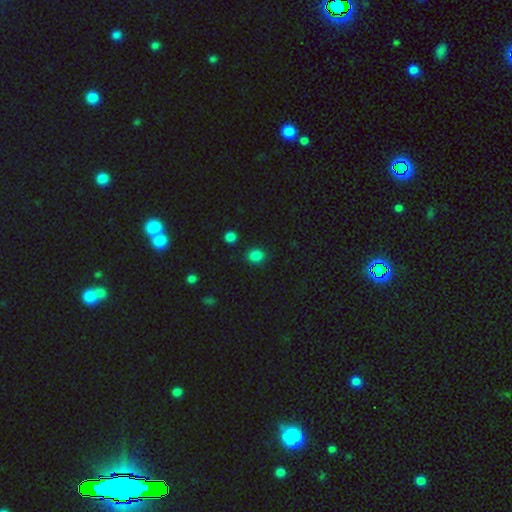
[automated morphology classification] This appears to be a smooth galaxy with no disk features (84%) that is round (71%). Merging: none (87%).